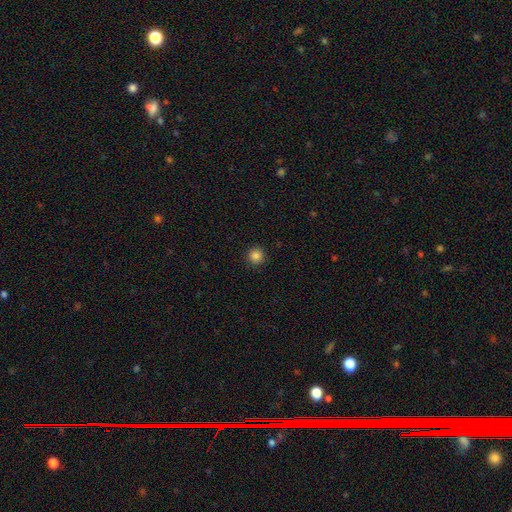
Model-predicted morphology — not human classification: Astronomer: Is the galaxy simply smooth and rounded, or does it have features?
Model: smooth — 85%.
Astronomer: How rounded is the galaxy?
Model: round — 96%.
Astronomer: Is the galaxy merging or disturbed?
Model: none — 93%.